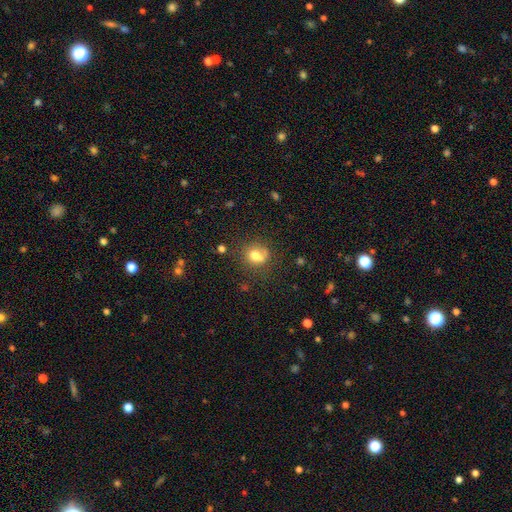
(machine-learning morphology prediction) smooth 72%, featured or disk 15%, star or artifact 13%. Down the decision tree: how rounded — round (71%); merging — none (49%).